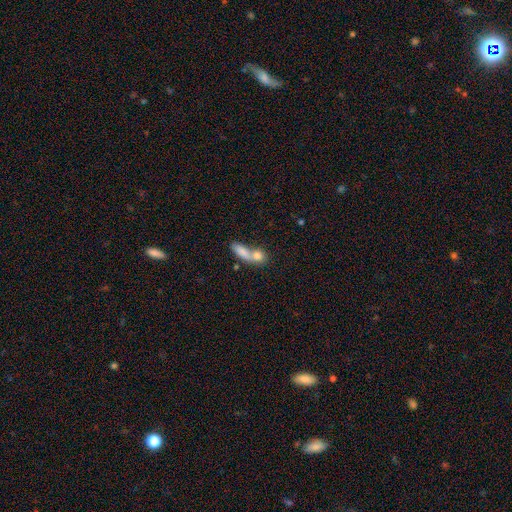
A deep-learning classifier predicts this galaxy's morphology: A smooth galaxy with no disk features (75%) that is in between round and cigar-shaped (50%).

Vote fractions:
- Smooth or featured? smooth: 75% / featured or disk: 16% / star or artifact: 9%
- How rounded? in between: 50% / round: 26% / cigar-shaped: 24%
- Merging? merger: 60% / none: 27% / minor disturbance: 8% / major disturbance: 6%